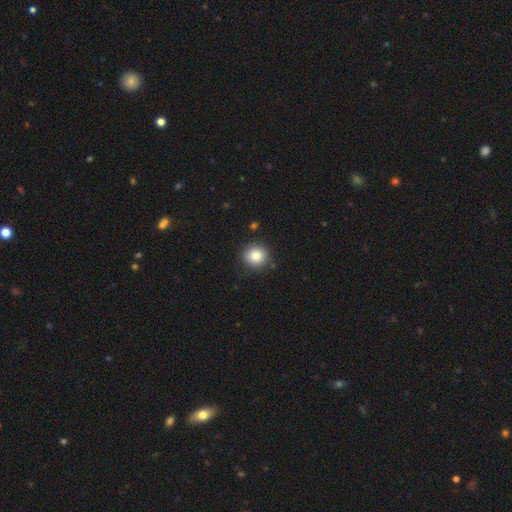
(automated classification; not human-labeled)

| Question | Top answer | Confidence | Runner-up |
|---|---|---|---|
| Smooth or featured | smooth | 84% | star or artifact (10%) |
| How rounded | round | 90% | in between (9%) |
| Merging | none | 87% | minor disturbance (9%) |